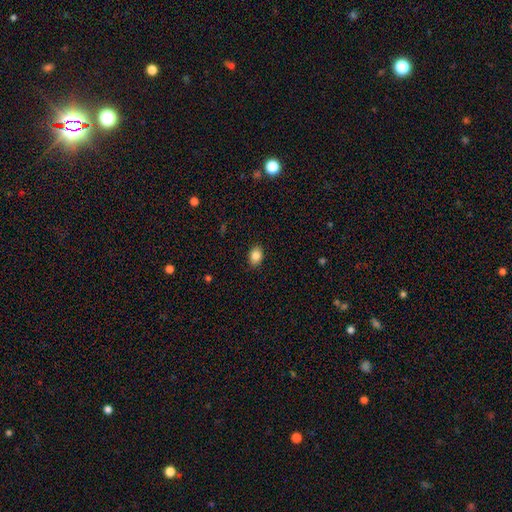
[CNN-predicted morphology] Smooth or featured? smooth (86%)
How rounded? in between (71%)
Merging? none (87%)